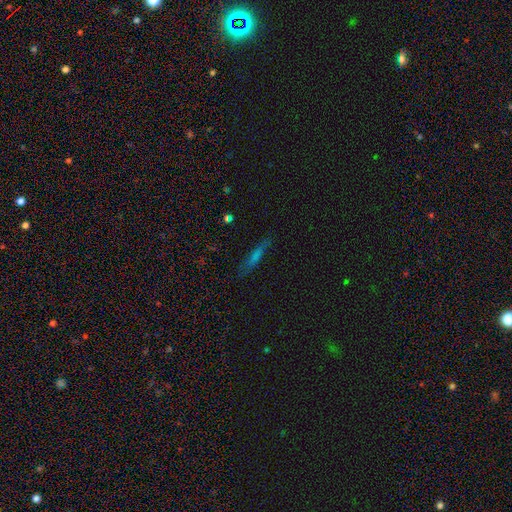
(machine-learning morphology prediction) type=smooth (46%); merging=none (80%).